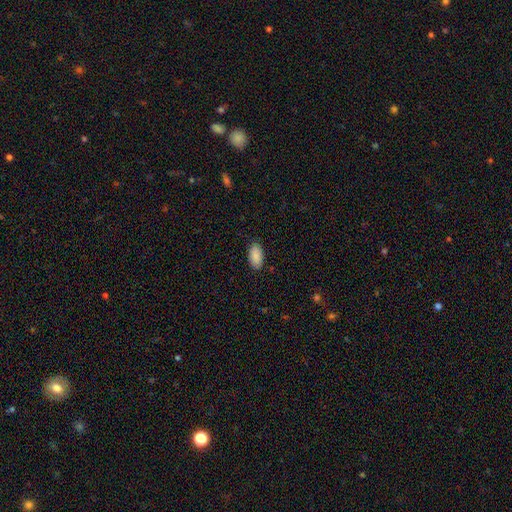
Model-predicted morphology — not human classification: Q: Smooth or featured?
A: smooth (90%); runner-up: star or artifact (6%)
Q: How rounded?
A: in between (94%); runner-up: cigar-shaped (3%)
Q: Merging?
A: none (86%); runner-up: minor disturbance (11%)